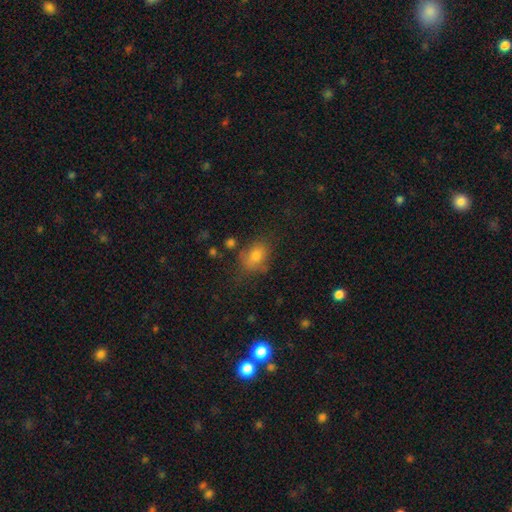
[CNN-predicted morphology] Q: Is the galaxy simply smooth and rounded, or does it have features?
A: smooth — 76%.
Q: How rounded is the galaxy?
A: in between — 66%.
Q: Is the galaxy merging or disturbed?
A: none — 69%.